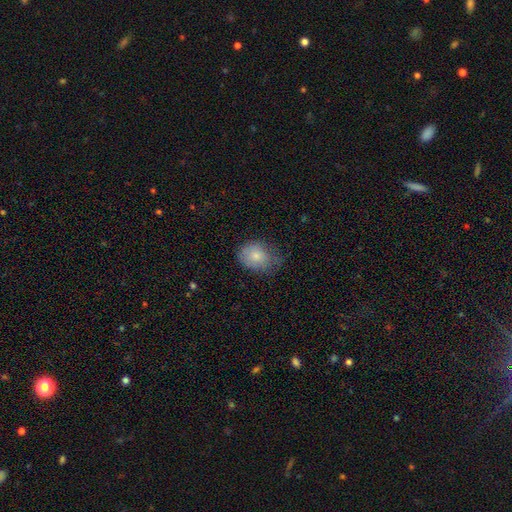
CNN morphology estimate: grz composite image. It shows a smooth galaxy with no disk features (79%) that is in between round and cigar-shaped (61%). Merging: none (44%).